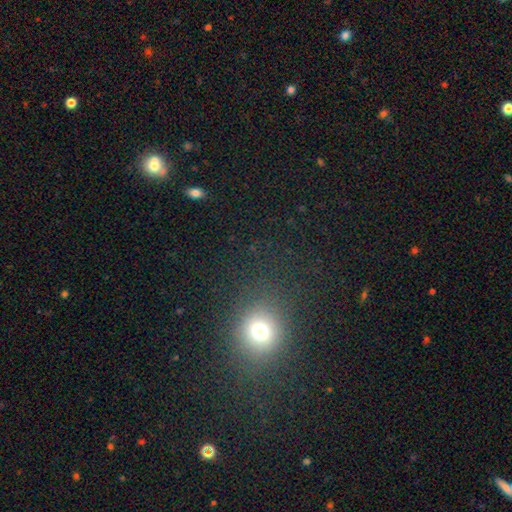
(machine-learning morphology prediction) Smooth or featured? smooth (64%)
How rounded? round (78%)
Merging? none (89%)